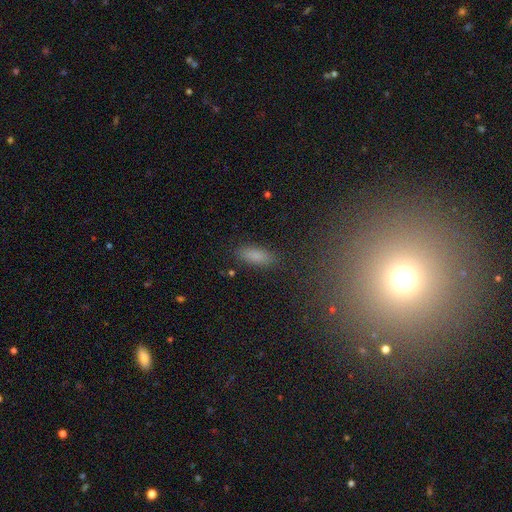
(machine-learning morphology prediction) A smooth galaxy with no disk features (84%) that is in between round and cigar-shaped (73%). Merging: none (85%).